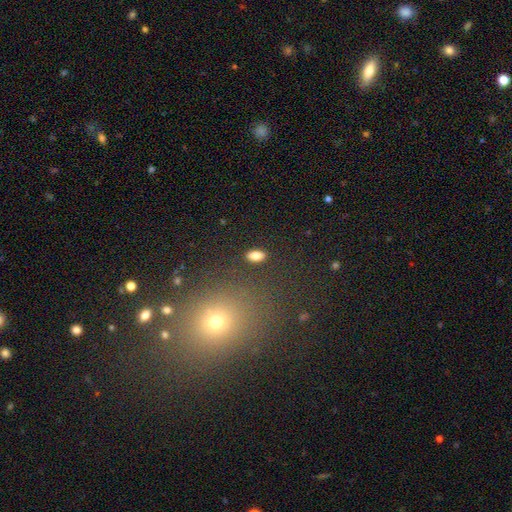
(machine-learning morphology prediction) smooth-or-featured: smooth: 83% | star or artifact: 10% | featured or disk: 7%
  how-rounded: in between: 90% | round: 5% | cigar-shaped: 5%
  merging: none: 88% | minor disturbance: 7% | major disturbance: 2% | merger: 2%